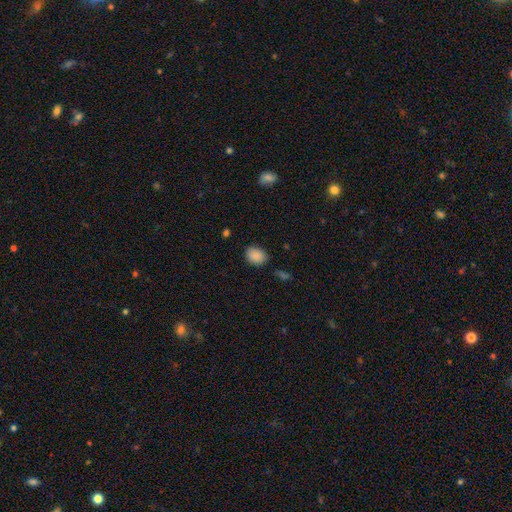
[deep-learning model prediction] Q: Smooth or featured?
A: smooth (88%); runner-up: star or artifact (8%)
Q: How rounded?
A: in between (62%); runner-up: round (37%)
Q: Merging?
A: none (79%); runner-up: minor disturbance (16%)